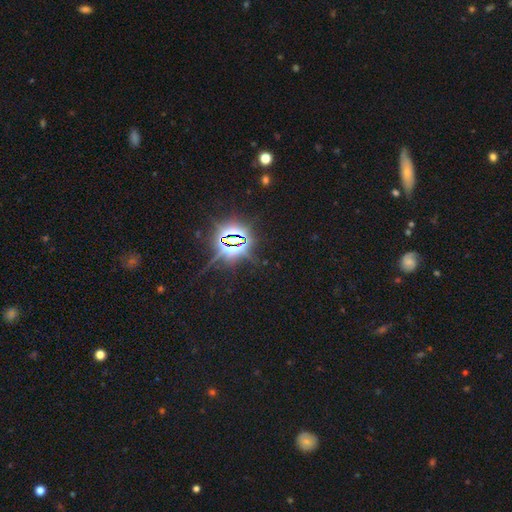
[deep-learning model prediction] This is clearly a star or artifact rather than a galaxy (82%).